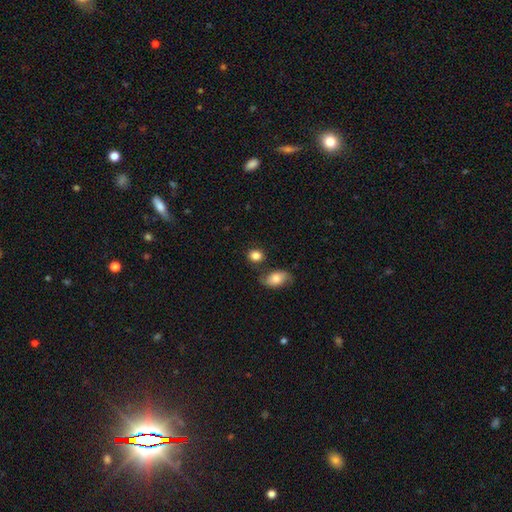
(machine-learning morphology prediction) A smooth galaxy with no disk features (84%) that is round (60%).

Vote fractions:
- Smooth or featured? smooth: 84% / star or artifact: 8% / featured or disk: 8%
- How rounded? round: 60% / in between: 39% / cigar-shaped: 2%
- Merging? none: 68% / merger: 15% / minor disturbance: 13% / major disturbance: 4%